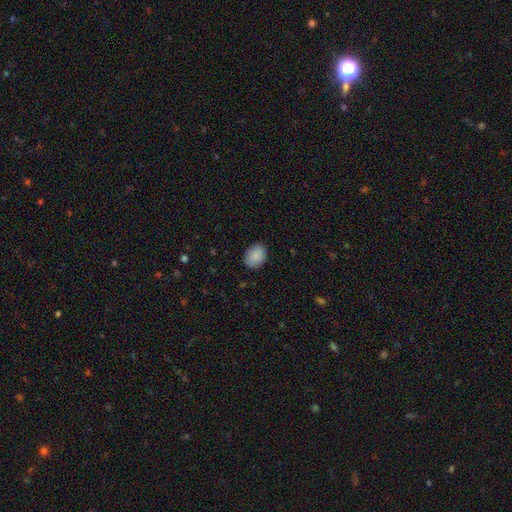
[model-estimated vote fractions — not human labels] Smooth or featured? smooth (88%)
How rounded? in between (66%)
Merging? none (87%)